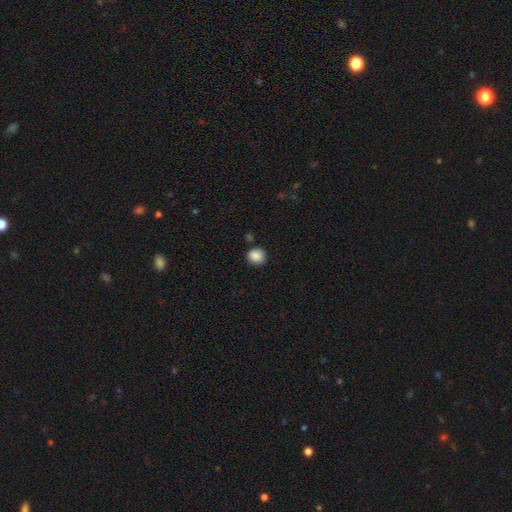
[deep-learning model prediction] smooth-or-featured: smooth: 87% | star or artifact: 9% | featured or disk: 4%
  how-rounded: round: 80% | in between: 19% | cigar-shaped: 1%
  merging: none: 82% | minor disturbance: 12% | merger: 3% | major disturbance: 3%